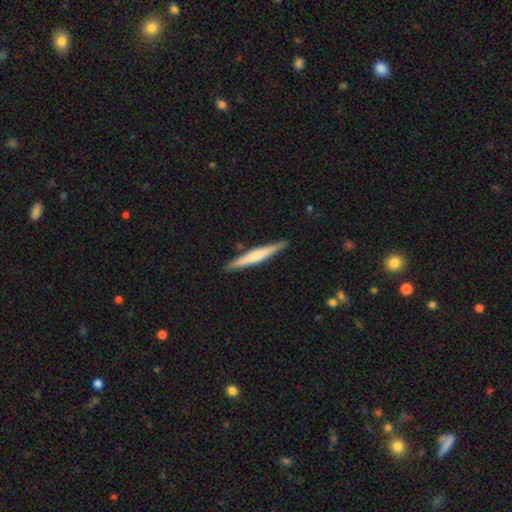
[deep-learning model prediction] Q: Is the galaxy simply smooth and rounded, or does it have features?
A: smooth — 49%.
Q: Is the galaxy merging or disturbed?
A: none — 89%.